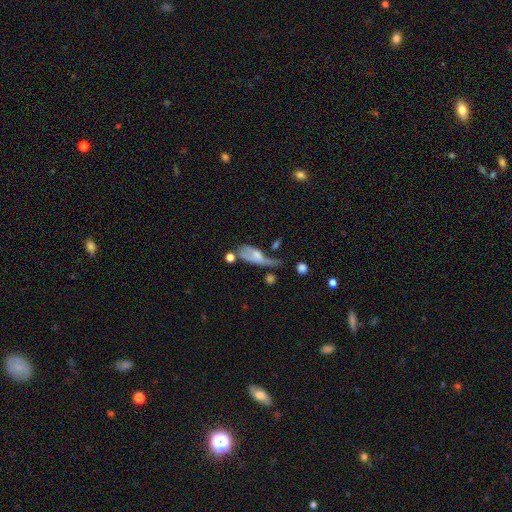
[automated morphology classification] smooth 51%, featured or disk 40%, star or artifact 9%. Down the decision tree: how rounded — in between (73%); merging — major disturbance (39%).